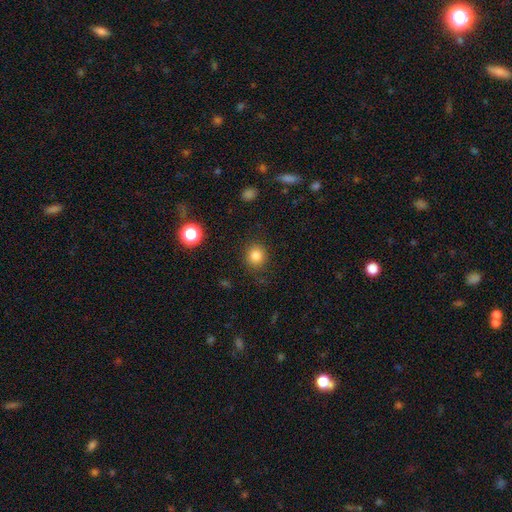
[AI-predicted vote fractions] Smooth or featured? smooth (83%)
How rounded? round (87%)
Merging? none (86%)